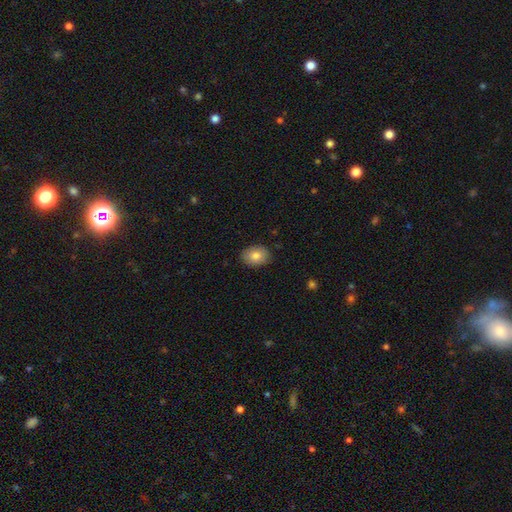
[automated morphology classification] smooth 82%, featured or disk 10%, star or artifact 8%. Down the decision tree: how rounded — in between (72%); merging — none (87%).